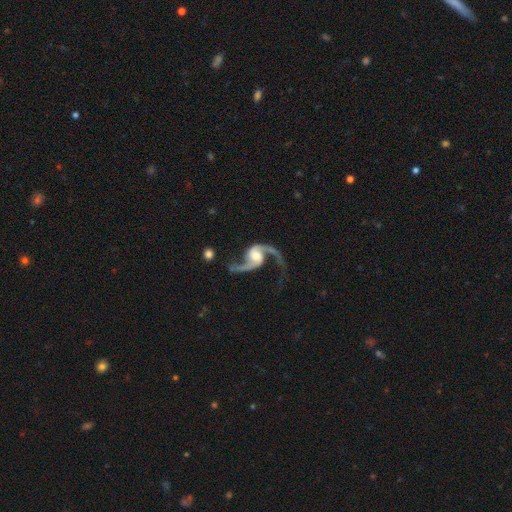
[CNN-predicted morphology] Q: Smooth or featured?
A: featured or disk (93%); runner-up: star or artifact (4%)
Q: Edge-on disk?
A: no (98%); runner-up: yes (2%)
Q: Bar?
A: no (51%); runner-up: weak (36%)
Q: Spiral arms?
A: yes (98%); runner-up: no (2%)
Q: Spiral winding?
A: loose (75%); runner-up: medium (21%)
Q: Spiral arm count?
A: 2 (94%); runner-up: 1 (2%)
Q: Bulge size?
A: moderate (34%); runner-up: large (30%)
Q: Merging?
A: none (67%); runner-up: minor disturbance (15%)